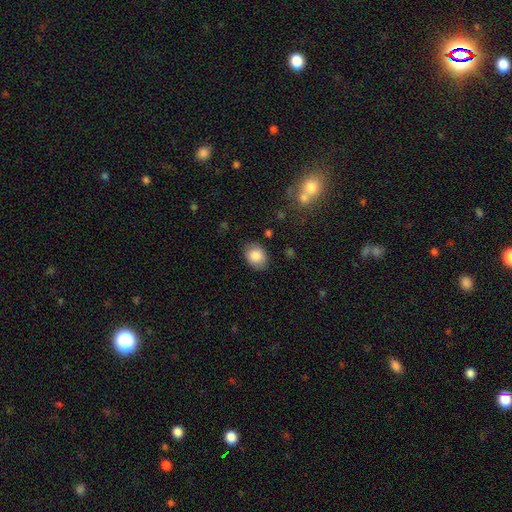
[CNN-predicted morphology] A smooth galaxy with no disk features (84%) that is in between round and cigar-shaped (66%).

Vote fractions:
- Smooth or featured? smooth: 84% / featured or disk: 8% / star or artifact: 8%
- How rounded? in between: 66% / round: 33% / cigar-shaped: 1%
- Merging? none: 85% / minor disturbance: 11% / major disturbance: 3% / merger: 1%